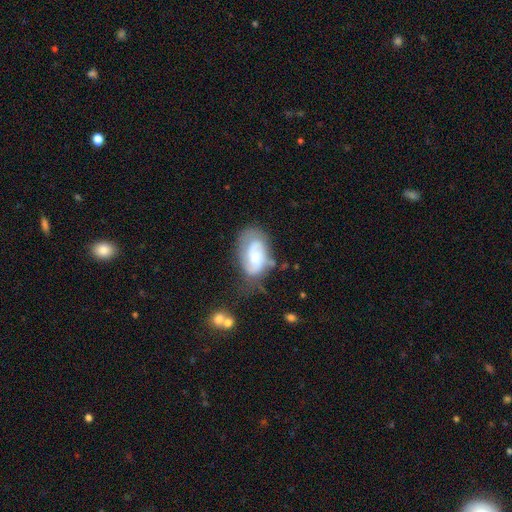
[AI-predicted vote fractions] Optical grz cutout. It shows a featured or disk galaxy (62%) with no bar (48%), spiral arms (82%) and a moderate central bulge (49%). Merging: none (45%).